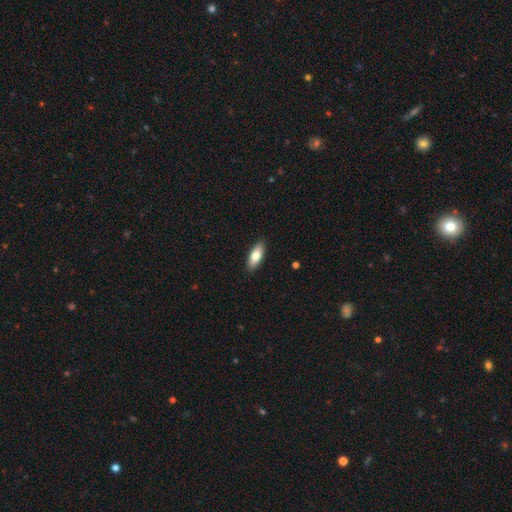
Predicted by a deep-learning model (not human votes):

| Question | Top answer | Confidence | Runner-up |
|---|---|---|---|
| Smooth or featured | smooth | 76% | featured or disk (18%) |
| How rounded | in between | 77% | cigar-shaped (21%) |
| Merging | none | 90% | minor disturbance (8%) |